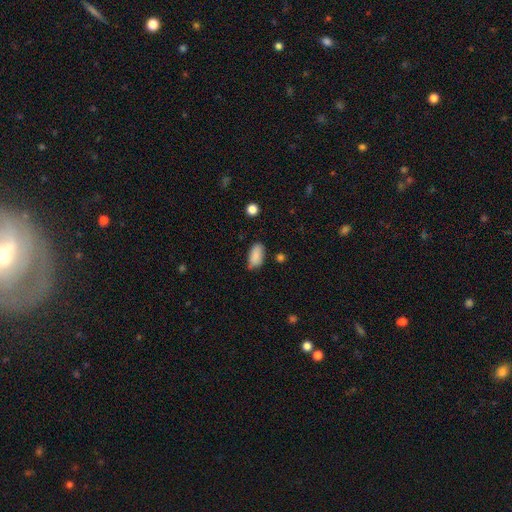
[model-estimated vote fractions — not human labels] Smooth or featured? Predicted: smooth (p=0.86). How rounded? Predicted: in between (p=0.92). Merging? Predicted: none (p=0.68).